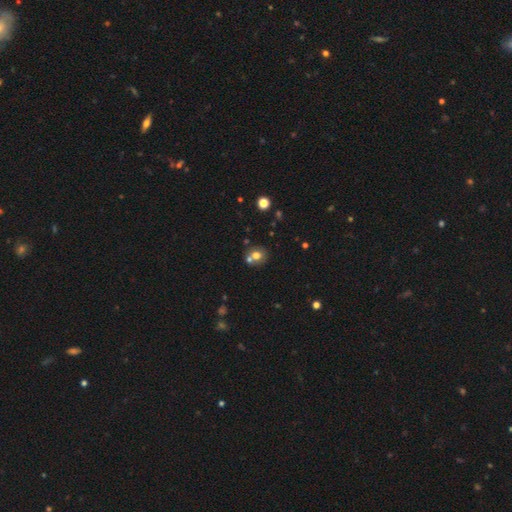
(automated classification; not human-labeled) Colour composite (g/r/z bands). It shows a smooth galaxy with no disk features (71%) that is round (77%). Merging: none (55%).